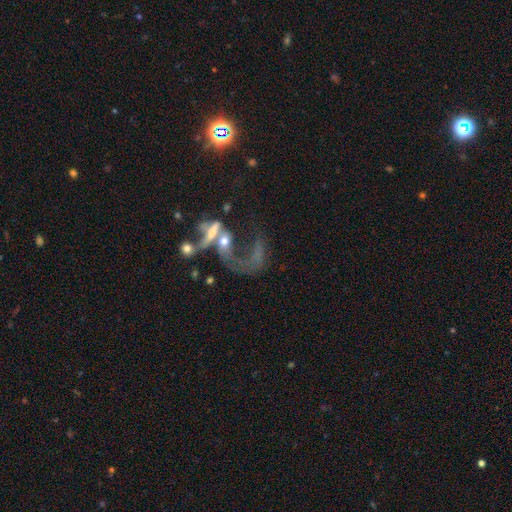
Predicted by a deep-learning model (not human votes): This is possibly a featured or disk galaxy (57%). It is clearly not viewed edge-on (89%). Bar: likely no (67%). Spiral arm pattern: possibly no (56%). Central bulge: marginally moderate (34%). Merging: possibly merger (48%).